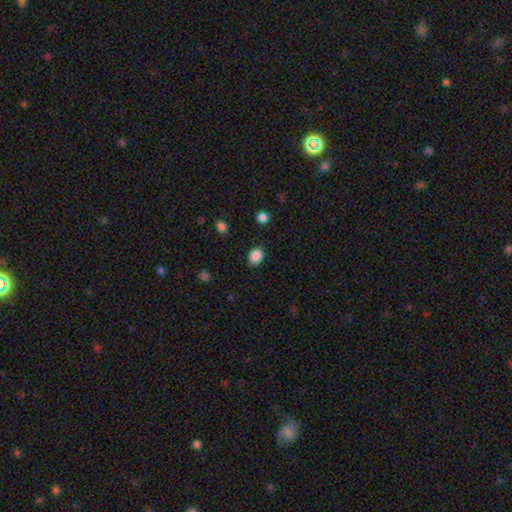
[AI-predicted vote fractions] Smooth or featured: smooth — 87% (star or artifact — 10%)
How rounded: in between — 53% (round — 47%)
Merging: none — 87% (minor disturbance — 9%)